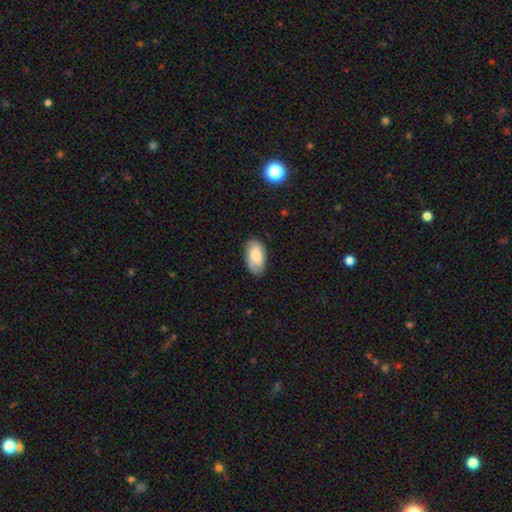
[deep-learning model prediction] smooth_or_featured: smooth (p=0.72) [alt: featured or disk p=0.22]
how_rounded: in between (p=0.94) [alt: round p=0.04]
merging: none (p=0.80) [alt: minor disturbance p=0.16]